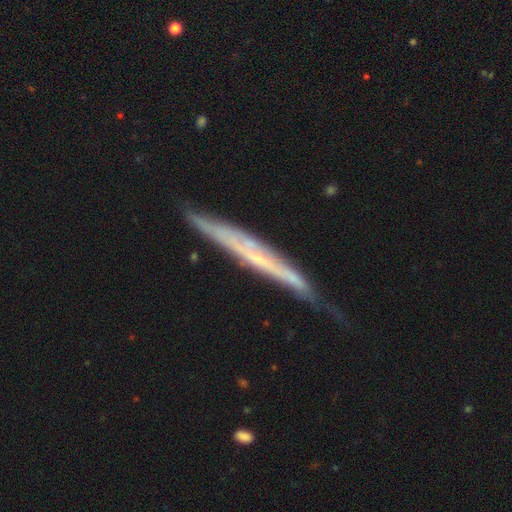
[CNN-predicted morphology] A featured or disk galaxy (71%) viewed edge-on (87%) with no central bulge (73%).

Vote fractions:
- Smooth or featured? featured or disk: 71% / smooth: 23% / star or artifact: 7%
- Edge-on disk? yes: 87% / no: 13%
- Edge-on bulge? none: 73% / rounded: 21% / boxy: 6%
- Merging? none: 65% / minor disturbance: 26% / major disturbance: 6% / merger: 2%